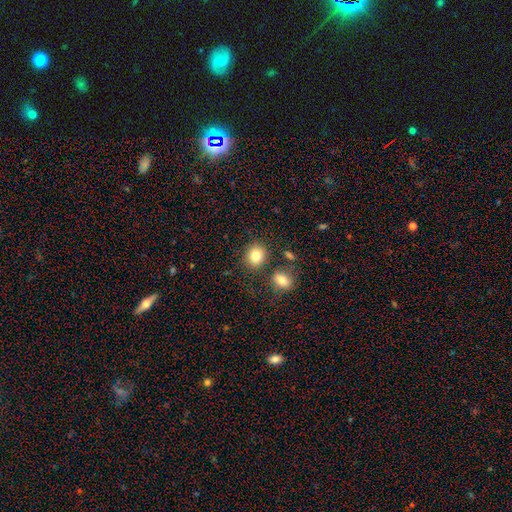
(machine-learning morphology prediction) smooth_or_featured: smooth (p=0.83) [alt: star or artifact p=0.10]
how_rounded: round (p=0.71) [alt: in between p=0.28]
merging: none (p=0.77) [alt: minor disturbance p=0.10]